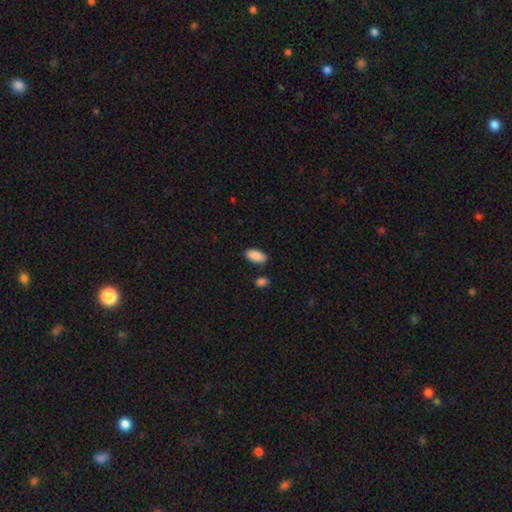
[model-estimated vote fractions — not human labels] smooth-or-featured: smooth: 90% | star or artifact: 6% | featured or disk: 4%
  how-rounded: in between: 93% | cigar-shaped: 5% | round: 2%
  merging: none: 85% | minor disturbance: 9% | merger: 3% | major disturbance: 2%